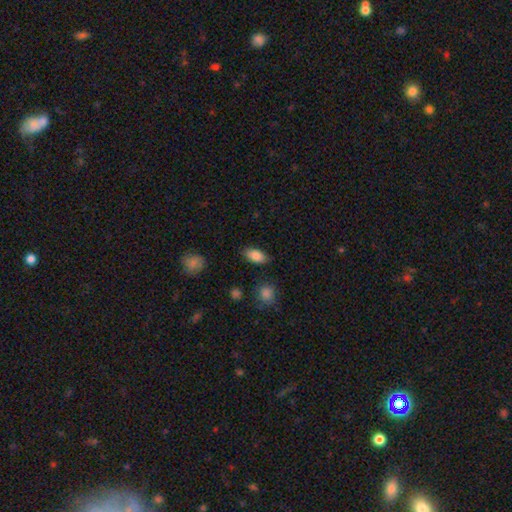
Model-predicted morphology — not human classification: A smooth galaxy with no disk features (85%) that is in between round and cigar-shaped (91%). Merging: none (82%).